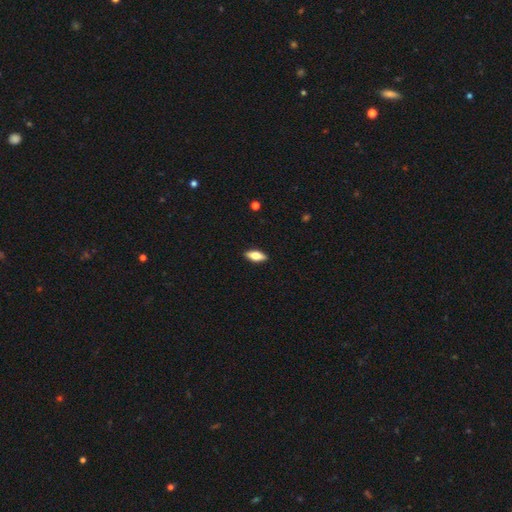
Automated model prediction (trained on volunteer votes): Smooth or featured?
  - smooth: 68% *
  - featured or disk: 26%
  - star or artifact: 6%
How rounded?
  - in between: 77% *
  - cigar-shaped: 20%
  - round: 3%
Merging?
  - none: 90% *
  - minor disturbance: 7%
  - major disturbance: 2%
  - merger: 1%